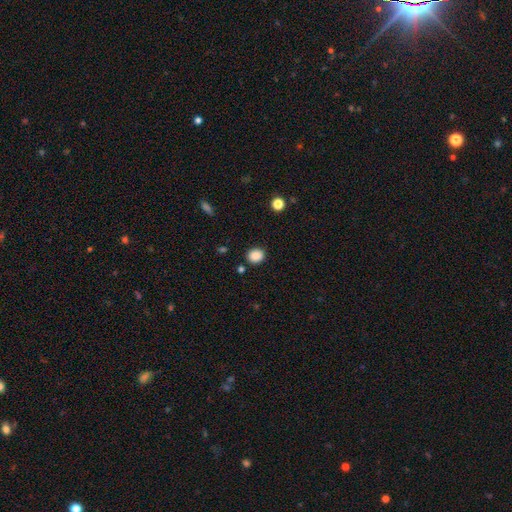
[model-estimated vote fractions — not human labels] This appears to be a smooth galaxy with no disk features (88%) that is round (65%). Merging: none (87%).